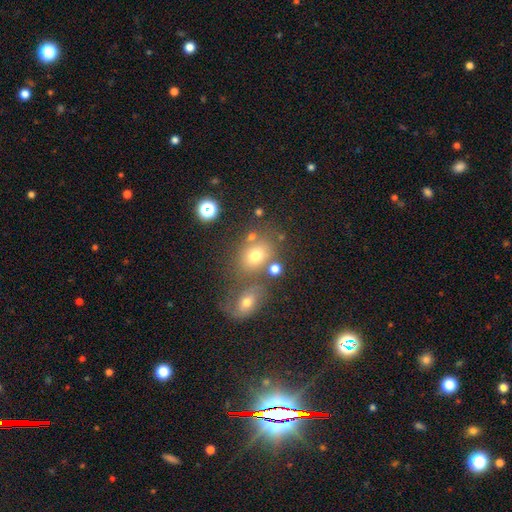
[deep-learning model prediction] The model was most divided on "how rounded": in between: 52%, round: 47%, cigar-shaped: 1%. More confident: smooth or featured — smooth (69%); merging — none (56%).